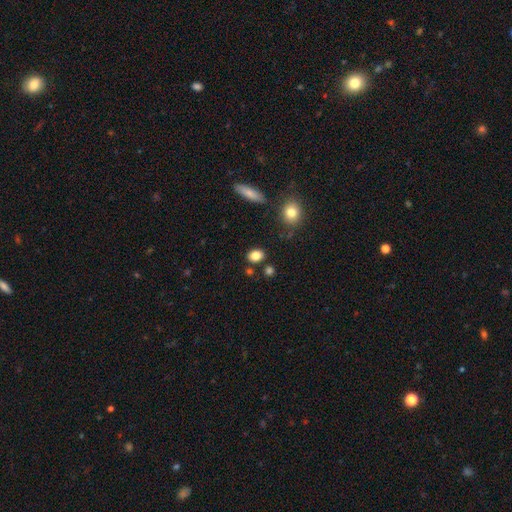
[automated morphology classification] This appears to be a smooth galaxy with no disk features (84%) that is in between round and cigar-shaped (58%). Merging: none (82%).